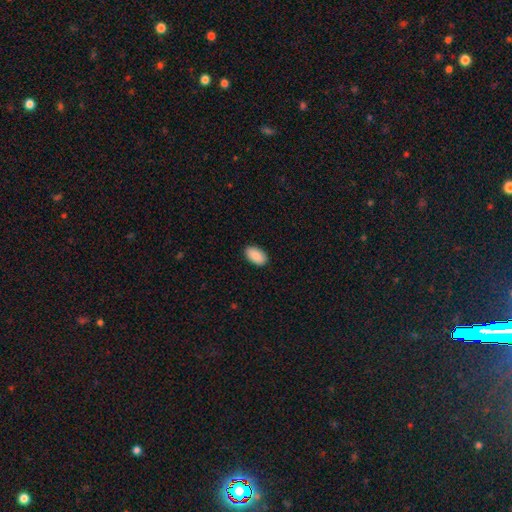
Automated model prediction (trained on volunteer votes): A smooth galaxy with no disk features (91%) that is in between round and cigar-shaped (95%). Merging: none (90%).